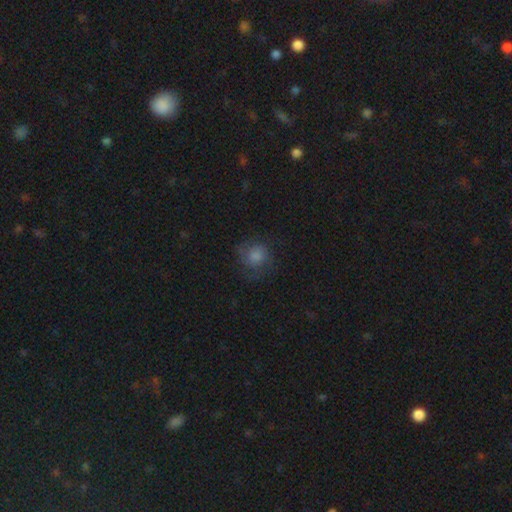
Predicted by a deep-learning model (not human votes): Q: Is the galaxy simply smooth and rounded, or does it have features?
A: smooth — 61%.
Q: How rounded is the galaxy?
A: round — 82%.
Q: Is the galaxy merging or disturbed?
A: none — 68%.